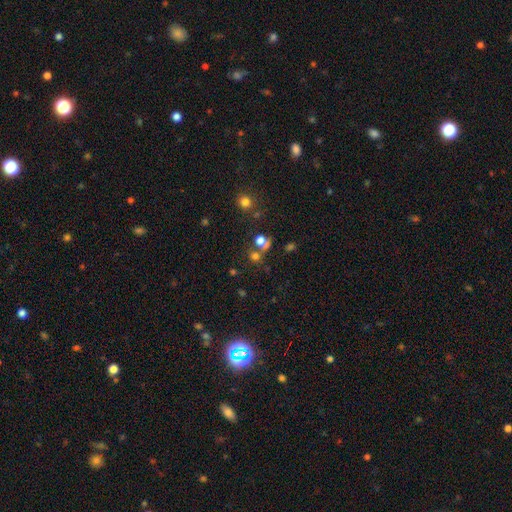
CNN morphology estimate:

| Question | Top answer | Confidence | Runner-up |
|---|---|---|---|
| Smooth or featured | smooth | 51% | star or artifact (37%) |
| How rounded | round | 83% | in between (16%) |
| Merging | none | 55% | merger (32%) |